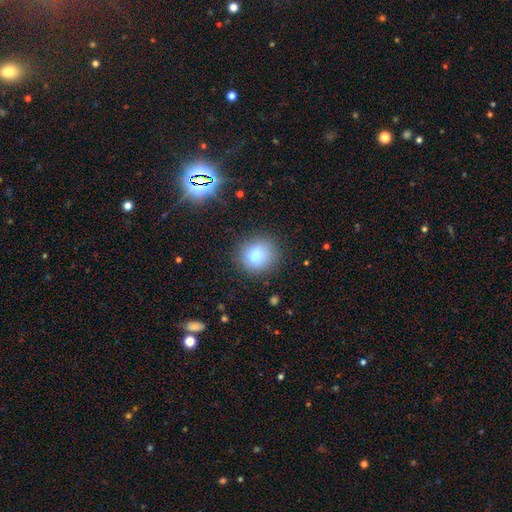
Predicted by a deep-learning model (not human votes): The model was most divided on "how rounded": round: 74%, in between: 25%, cigar-shaped: 2%. More confident: smooth or featured — smooth (76%); merging — none (74%).